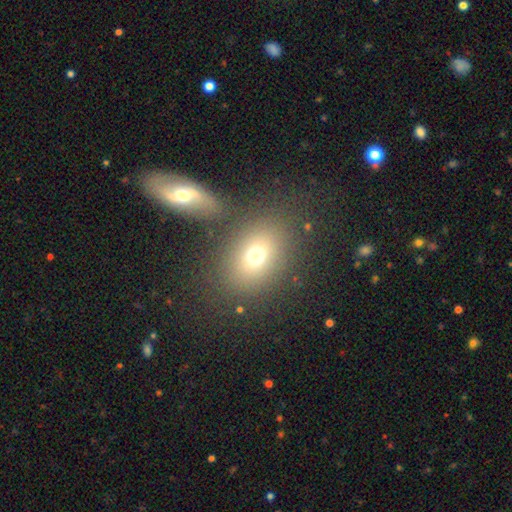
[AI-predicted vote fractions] A smooth galaxy with no disk features (72%) that is in between round and cigar-shaped (61%).

Vote fractions:
- Smooth or featured? smooth: 72% / featured or disk: 15% / star or artifact: 14%
- How rounded? in between: 61% / round: 38% / cigar-shaped: 1%
- Merging? none: 71% / merger: 13% / minor disturbance: 10% / major disturbance: 6%